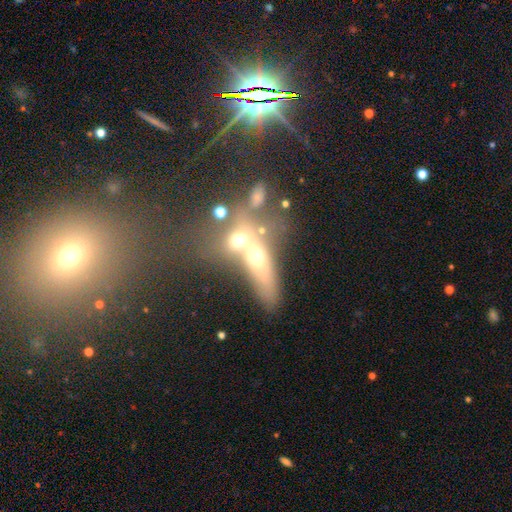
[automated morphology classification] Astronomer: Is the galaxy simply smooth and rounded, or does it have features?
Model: smooth — 39% (runner-up: featured or disk, 33%).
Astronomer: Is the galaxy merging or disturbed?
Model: merger — 54%.